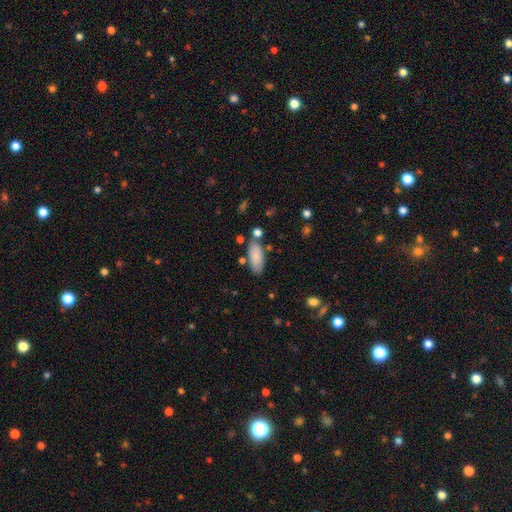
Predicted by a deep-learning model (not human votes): smooth 84%, featured or disk 10%, star or artifact 6%. Down the decision tree: how rounded — in between (84%); merging — none (74%).